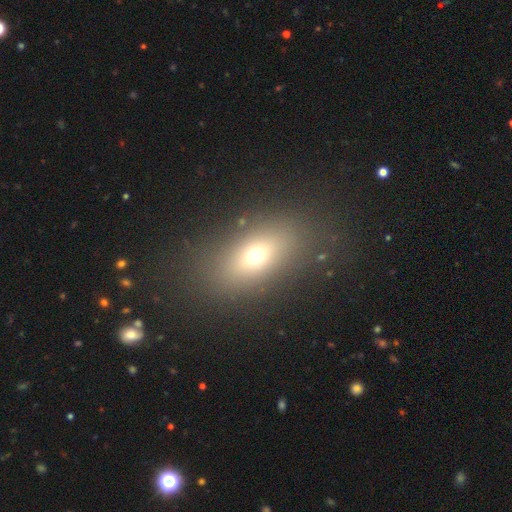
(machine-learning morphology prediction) Smooth or featured?
  - smooth: 65% *
  - featured or disk: 19%
  - star or artifact: 16%
How rounded?
  - in between: 77% *
  - round: 15%
  - cigar-shaped: 8%
Merging?
  - none: 82% *
  - minor disturbance: 10%
  - major disturbance: 6%
  - merger: 2%